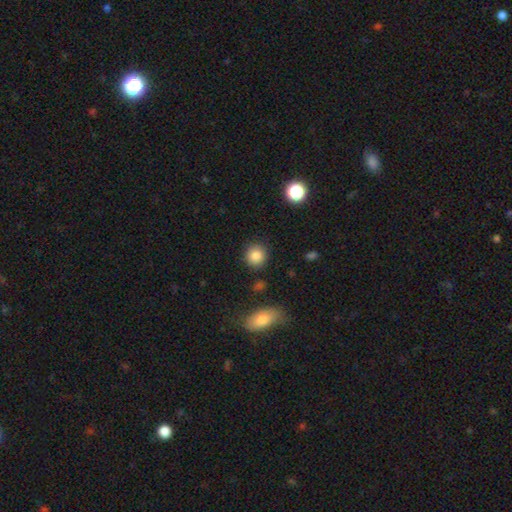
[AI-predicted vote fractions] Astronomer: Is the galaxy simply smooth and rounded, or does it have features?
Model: smooth — 86%.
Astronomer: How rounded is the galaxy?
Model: round — 88%.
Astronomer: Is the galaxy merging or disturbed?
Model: none — 87%.